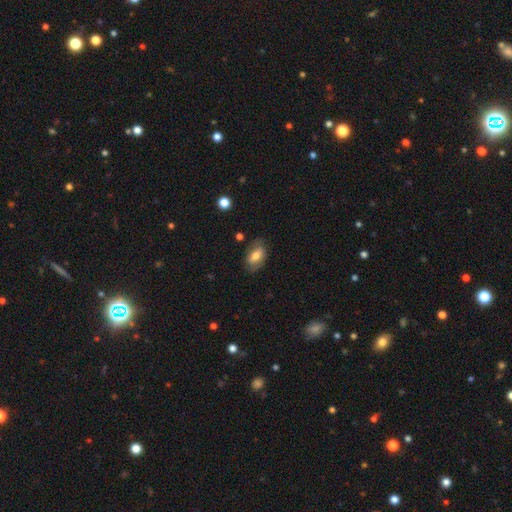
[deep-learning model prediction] This appears to be a smooth galaxy with no disk features (68%) that is in between round and cigar-shaped (91%). Merging: none (74%).